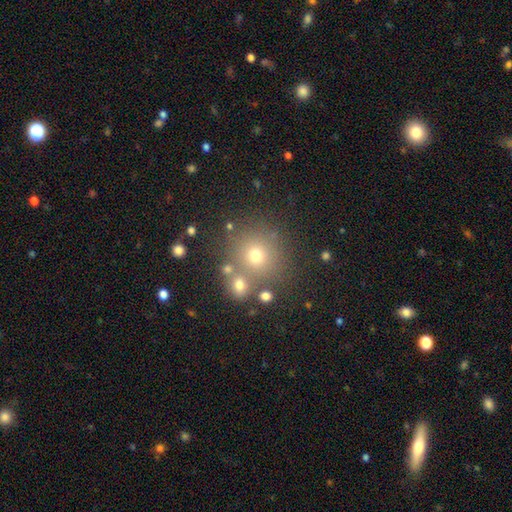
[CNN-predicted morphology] Smooth or featured? Predicted: smooth (p=0.65). How rounded? Predicted: round (p=0.90). Merging? Predicted: none (p=0.71).